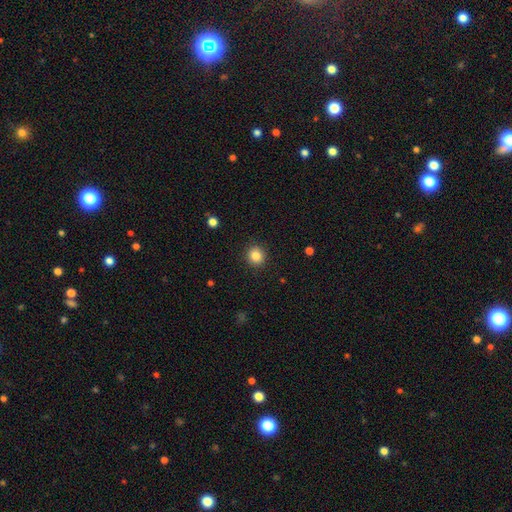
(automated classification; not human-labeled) Q: Smooth or featured?
A: smooth (84%); runner-up: star or artifact (11%)
Q: How rounded?
A: round (90%); runner-up: in between (9%)
Q: Merging?
A: none (91%); runner-up: minor disturbance (6%)